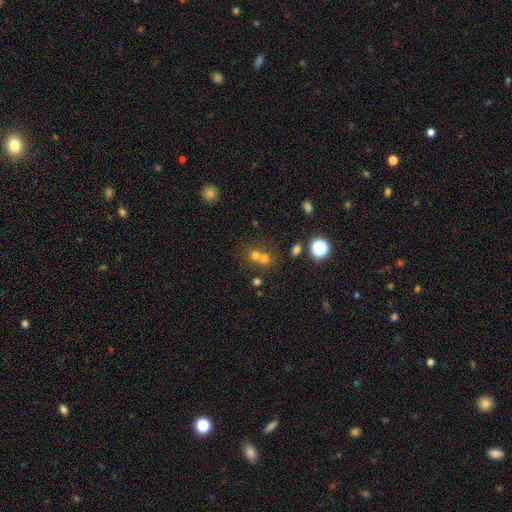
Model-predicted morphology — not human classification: smooth-or-featured: smooth: 64% | star or artifact: 22% | featured or disk: 14%
  how-rounded: round: 80% | in between: 19% | cigar-shaped: 1%
  merging: merger: 52% | none: 39% | minor disturbance: 6% | major disturbance: 3%